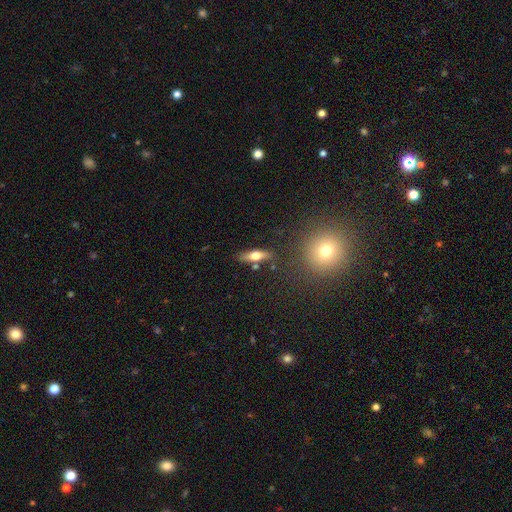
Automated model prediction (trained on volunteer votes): A smooth galaxy with no disk features (53%) that is in between round and cigar-shaped (48%).

Vote fractions:
- Smooth or featured? smooth: 53% / featured or disk: 39% / star or artifact: 7%
- How rounded? in between: 48% / cigar-shaped: 47% / round: 5%
- Merging? none: 79% / minor disturbance: 12% / merger: 6% / major disturbance: 4%